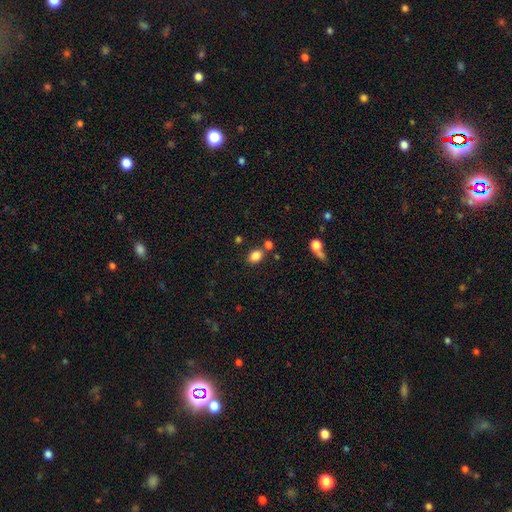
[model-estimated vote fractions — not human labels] A smooth galaxy with no disk features (84%) that is in between round and cigar-shaped (66%).

Vote fractions:
- Smooth or featured? smooth: 84% / star or artifact: 11% / featured or disk: 5%
- How rounded? in between: 66% / round: 33% / cigar-shaped: 1%
- Merging? none: 75% / merger: 12% / minor disturbance: 10% / major disturbance: 4%